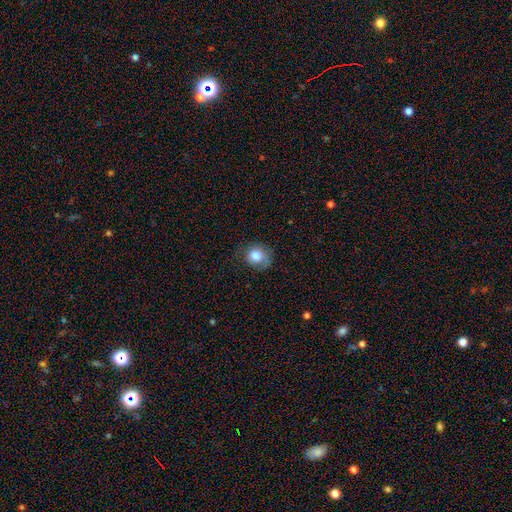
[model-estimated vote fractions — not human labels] Overall: smooth (81%). How rounded: round (73%). Merging: none (60%; minor disturbance 26%).